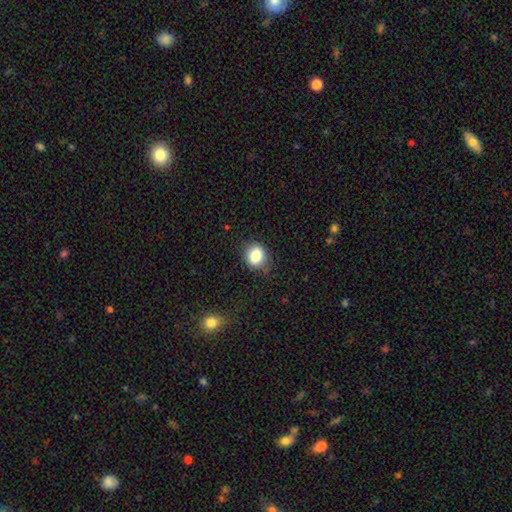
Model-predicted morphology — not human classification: Smooth or featured? Predicted: smooth (p=0.83). How rounded? Predicted: round (p=0.66). Merging? Predicted: none (p=0.82).